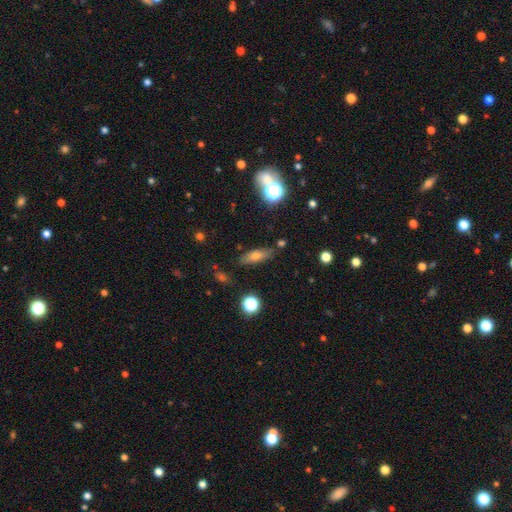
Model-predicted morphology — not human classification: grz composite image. It shows a smooth galaxy with no disk features (63%) that is in between round and cigar-shaped (55%). Merging: none (80%).